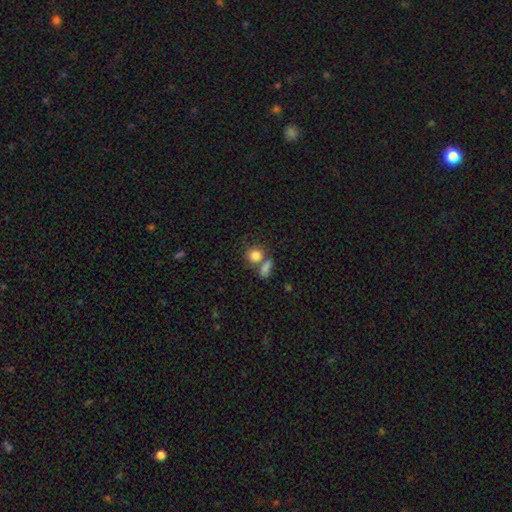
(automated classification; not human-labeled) Overall: smooth (83%). How rounded: round (73%). Merging: none (51%; merger 34%).